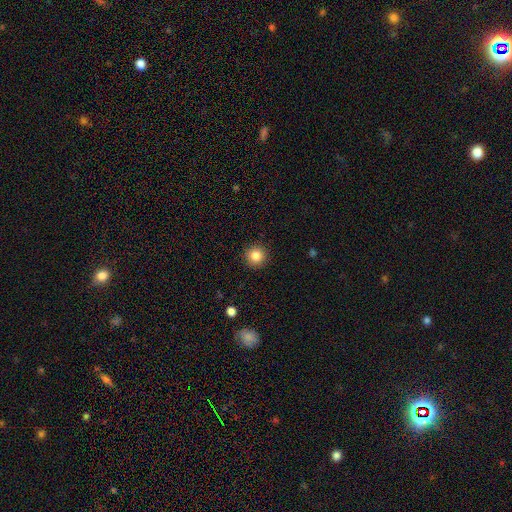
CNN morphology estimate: Smooth or featured? Predicted: smooth (p=0.84). How rounded? Predicted: round (p=0.94). Merging? Predicted: none (p=0.92).